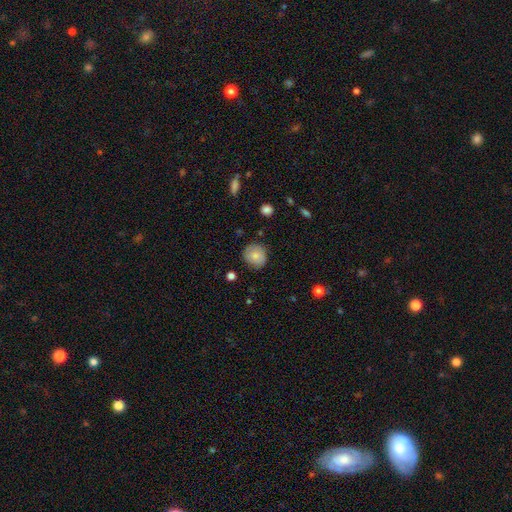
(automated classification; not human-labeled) smooth_or_featured: smooth (p=0.82) [alt: featured or disk p=0.11]
how_rounded: round (p=0.89) [alt: in between p=0.10]
merging: none (p=0.81) [alt: minor disturbance p=0.14]